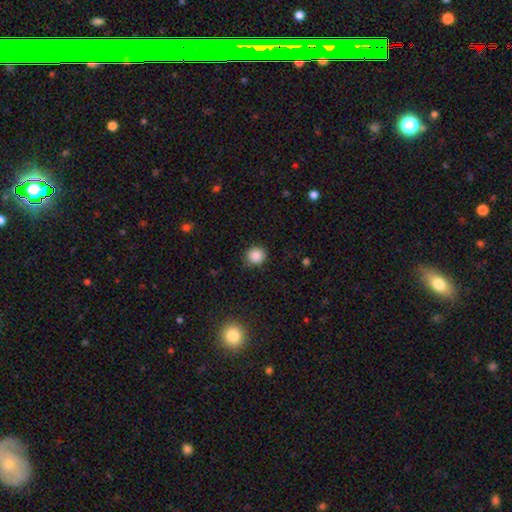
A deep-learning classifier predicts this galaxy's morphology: This appears to be a smooth galaxy with no disk features (87%) that is round (91%). Merging: none (87%).